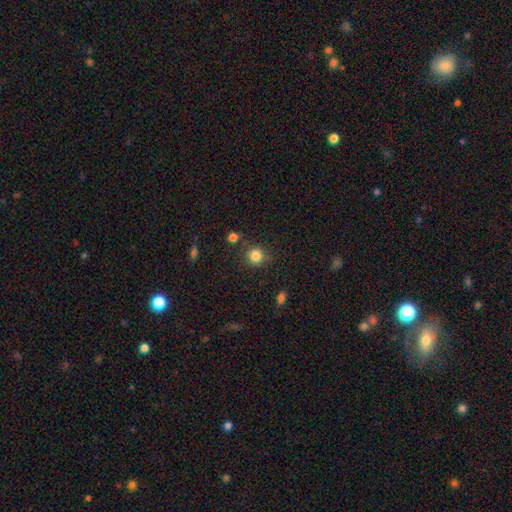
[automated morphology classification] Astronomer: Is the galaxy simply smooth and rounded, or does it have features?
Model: smooth — 83%.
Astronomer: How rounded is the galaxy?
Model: round — 89%.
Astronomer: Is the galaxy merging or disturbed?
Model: none — 79%.